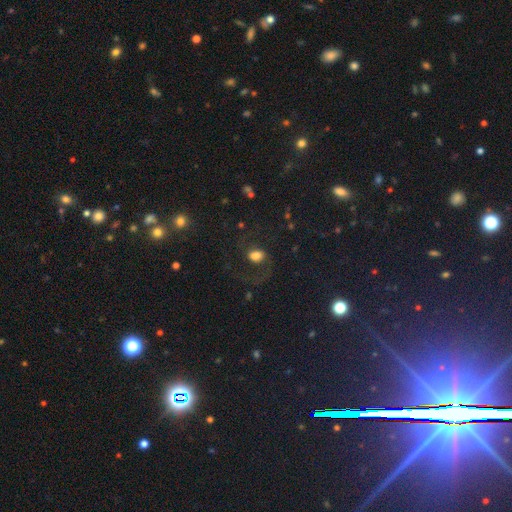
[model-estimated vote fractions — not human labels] A smooth galaxy with no disk features (44%). Merging: none (56%).